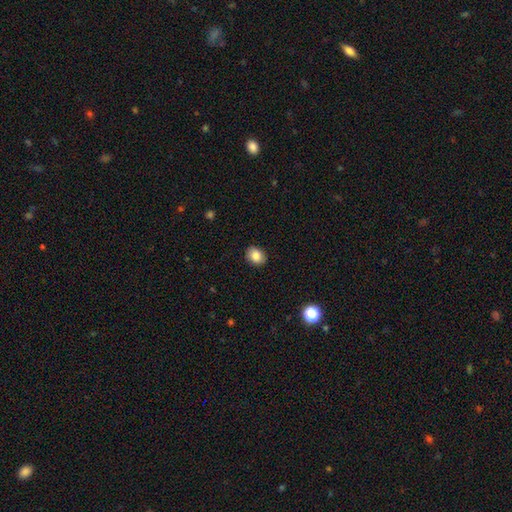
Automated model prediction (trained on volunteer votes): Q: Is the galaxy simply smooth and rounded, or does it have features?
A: smooth — 86%.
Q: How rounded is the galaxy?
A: in between — 56%.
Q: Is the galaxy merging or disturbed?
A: none — 88%.